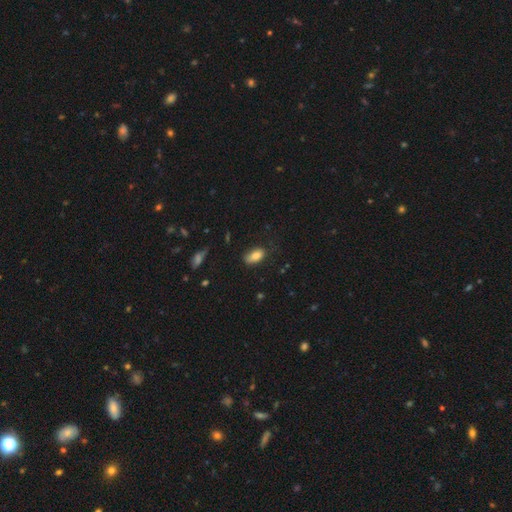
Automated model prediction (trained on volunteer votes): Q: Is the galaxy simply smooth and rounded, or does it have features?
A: smooth — 83%.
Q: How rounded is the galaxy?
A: in between — 90%.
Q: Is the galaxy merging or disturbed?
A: none — 70%.